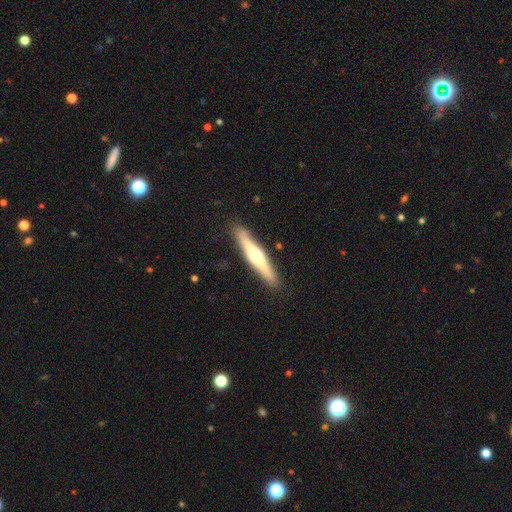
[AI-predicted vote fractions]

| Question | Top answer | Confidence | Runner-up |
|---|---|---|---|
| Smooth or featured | featured or disk | 58% | smooth (36%) |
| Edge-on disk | yes | 93% | no (7%) |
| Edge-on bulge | rounded | 88% | none (7%) |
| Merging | none | 87% | minor disturbance (9%) |